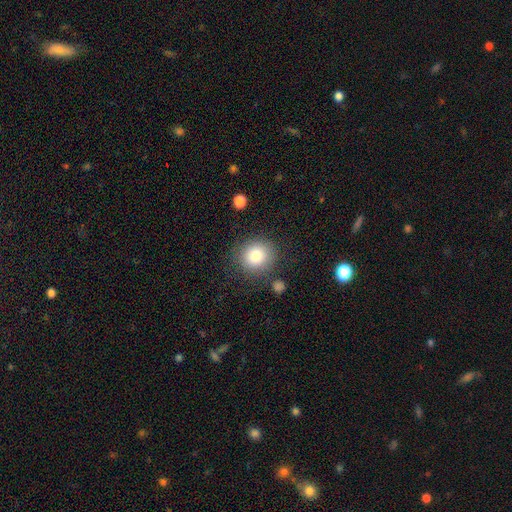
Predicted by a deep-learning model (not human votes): A smooth galaxy with no disk features (81%) that is round (89%).

Vote fractions:
- Smooth or featured? smooth: 81% / star or artifact: 10% / featured or disk: 9%
- How rounded? round: 89% / in between: 10% / cigar-shaped: 1%
- Merging? none: 81% / minor disturbance: 11% / major disturbance: 4% / merger: 4%